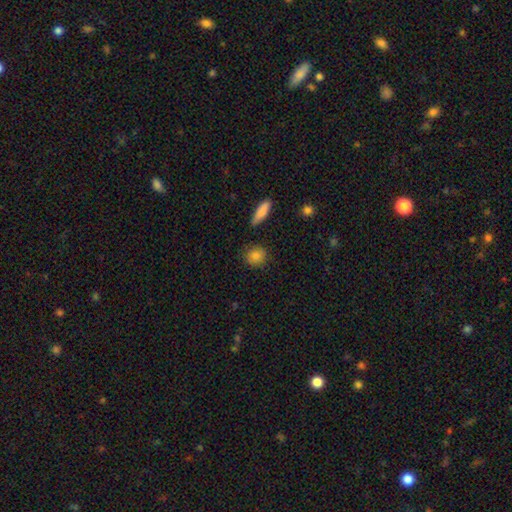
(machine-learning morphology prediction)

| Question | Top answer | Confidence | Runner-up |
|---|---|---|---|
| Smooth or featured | smooth | 85% | star or artifact (9%) |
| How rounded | round | 78% | in between (20%) |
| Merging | none | 85% | minor disturbance (11%) |